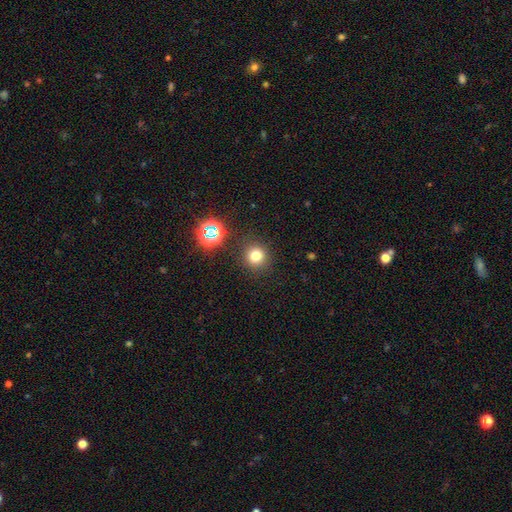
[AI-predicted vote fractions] Smooth or featured: smooth — 73% (star or artifact — 20%)
How rounded: round — 91% (in between — 8%)
Merging: none — 88% (minor disturbance — 7%)